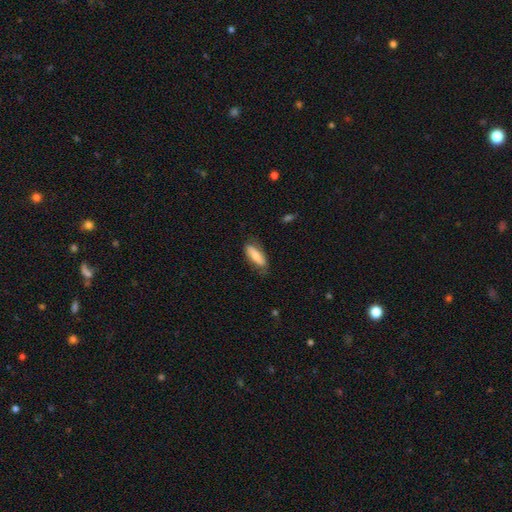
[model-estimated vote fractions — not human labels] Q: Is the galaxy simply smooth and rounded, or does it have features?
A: smooth — 72%.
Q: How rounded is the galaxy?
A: in between — 58%.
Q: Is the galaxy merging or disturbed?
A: none — 72%.